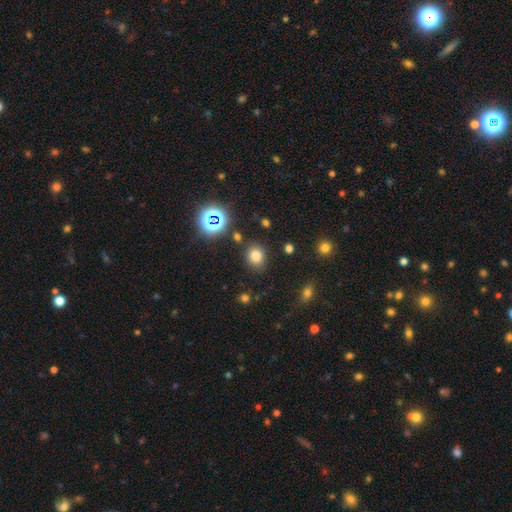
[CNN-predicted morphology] Smooth or featured: smooth — 76% (star or artifact — 18%)
How rounded: round — 64% (in between — 35%)
Merging: none — 82% (minor disturbance — 11%)